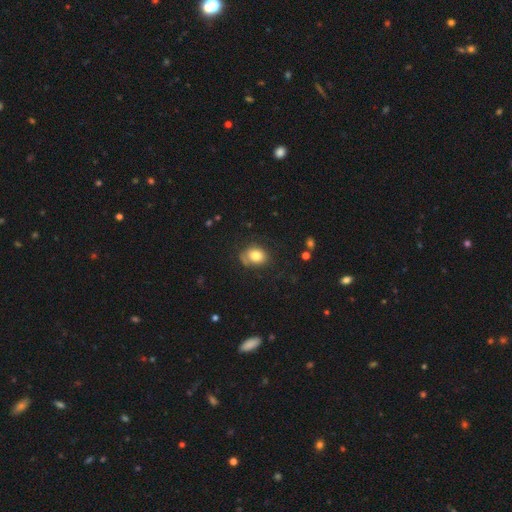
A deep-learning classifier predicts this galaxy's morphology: A smooth galaxy with no disk features (79%) that is in between round and cigar-shaped (54%).

Vote fractions:
- Smooth or featured? smooth: 79% / featured or disk: 12% / star or artifact: 10%
- How rounded? in between: 54% / round: 45% / cigar-shaped: 1%
- Merging? none: 66% / minor disturbance: 23% / major disturbance: 8% / merger: 3%